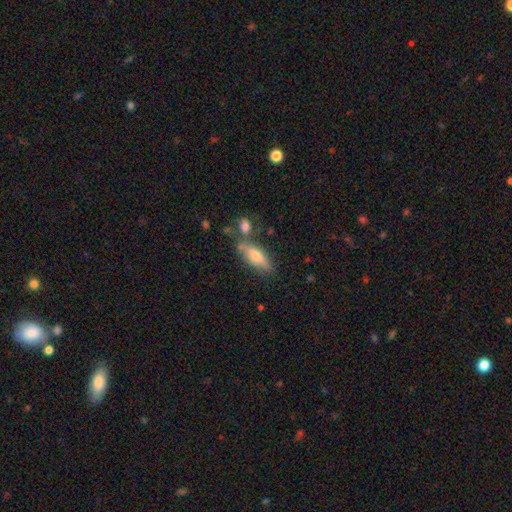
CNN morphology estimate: Smooth or featured?
  - smooth: 56% *
  - featured or disk: 37%
  - star or artifact: 7%
How rounded?
  - in between: 50% *
  - cigar-shaped: 48%
  - round: 3%
Merging?
  - none: 66% *
  - minor disturbance: 16%
  - merger: 13%
  - major disturbance: 5%